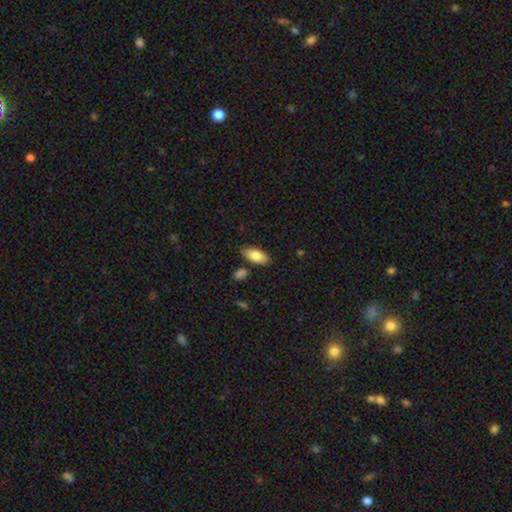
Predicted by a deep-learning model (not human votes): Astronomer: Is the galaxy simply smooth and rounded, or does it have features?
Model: smooth — 80%.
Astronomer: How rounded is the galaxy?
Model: in between — 90%.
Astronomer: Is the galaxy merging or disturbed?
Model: none — 82%.